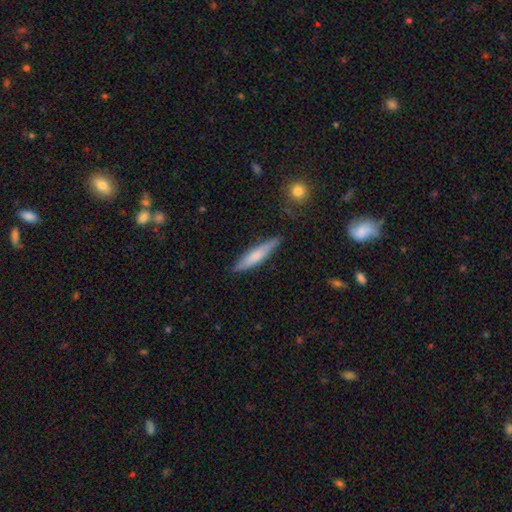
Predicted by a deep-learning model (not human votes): Smooth or featured: smooth — 62% (featured or disk — 33%)
How rounded: cigar-shaped — 86% (in between — 12%)
Merging: none — 82% (minor disturbance — 14%)